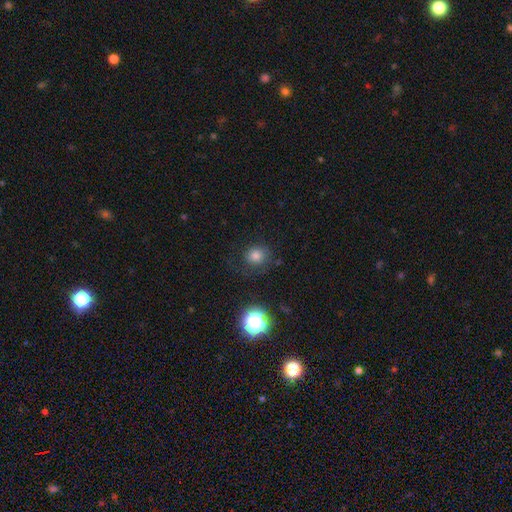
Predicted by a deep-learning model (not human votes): Overall: smooth (77%). How rounded: round (82%). Merging: none (76%).